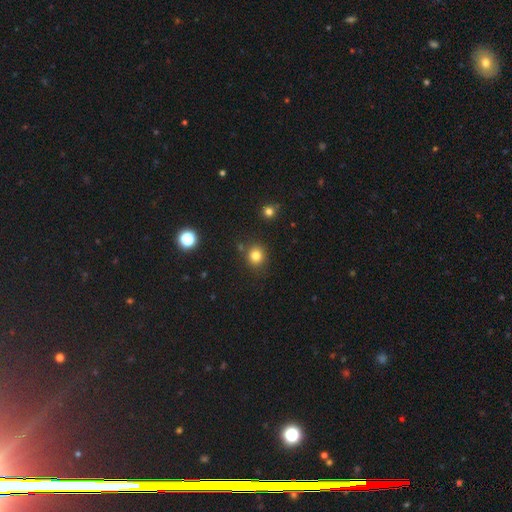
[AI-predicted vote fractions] A smooth galaxy with no disk features (81%) that is round (86%).

Vote fractions:
- Smooth or featured? smooth: 81% / star or artifact: 13% / featured or disk: 5%
- How rounded? round: 86% / in between: 13% / cigar-shaped: 1%
- Merging? none: 83% / minor disturbance: 10% / merger: 5% / major disturbance: 3%